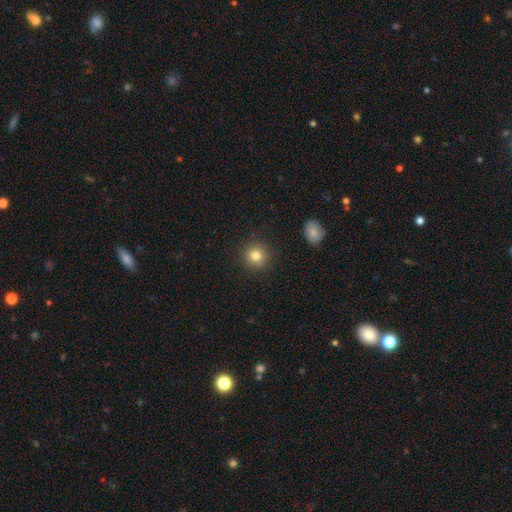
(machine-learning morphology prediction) Q: Smooth or featured?
A: smooth (81%); runner-up: star or artifact (11%)
Q: How rounded?
A: round (93%); runner-up: in between (6%)
Q: Merging?
A: none (90%); runner-up: minor disturbance (7%)